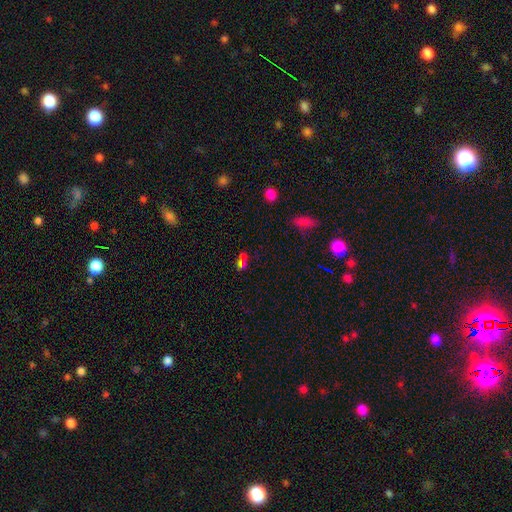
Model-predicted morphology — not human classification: Smooth or featured? smooth (57%)
How rounded? round (50%)
Merging? merger (41%, tied with none)